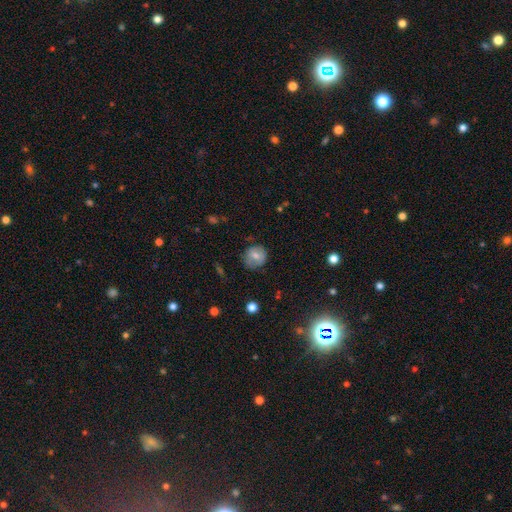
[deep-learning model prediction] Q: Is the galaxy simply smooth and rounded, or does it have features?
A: smooth — 71%.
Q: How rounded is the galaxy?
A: round — 82%.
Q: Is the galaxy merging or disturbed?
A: none — 75%.